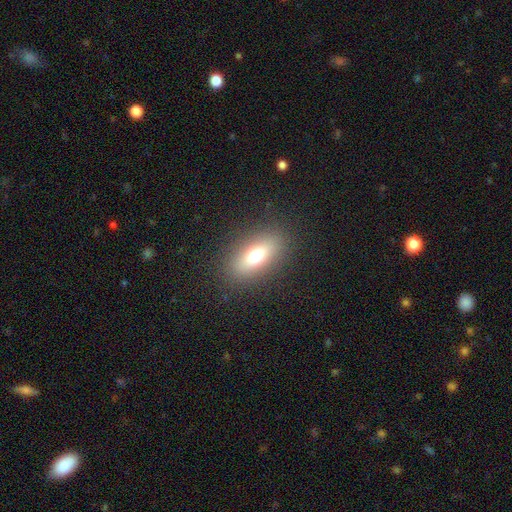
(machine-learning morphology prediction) Q: Smooth or featured?
A: smooth (71%); runner-up: featured or disk (19%)
Q: How rounded?
A: in between (77%); runner-up: cigar-shaped (16%)
Q: Merging?
A: none (87%); runner-up: minor disturbance (8%)